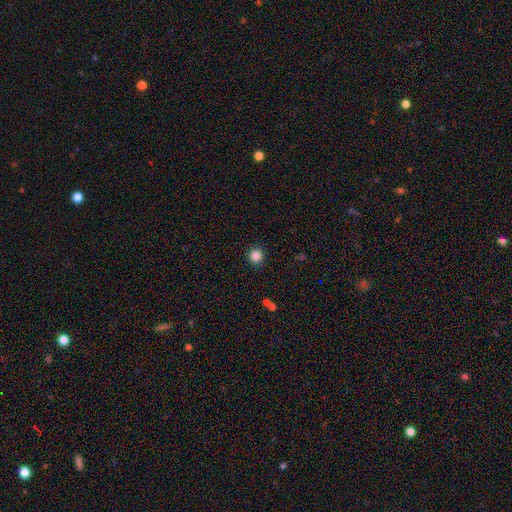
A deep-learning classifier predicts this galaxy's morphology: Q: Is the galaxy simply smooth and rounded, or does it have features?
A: smooth — 85%.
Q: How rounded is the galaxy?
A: round — 93%.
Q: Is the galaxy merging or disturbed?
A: none — 91%.